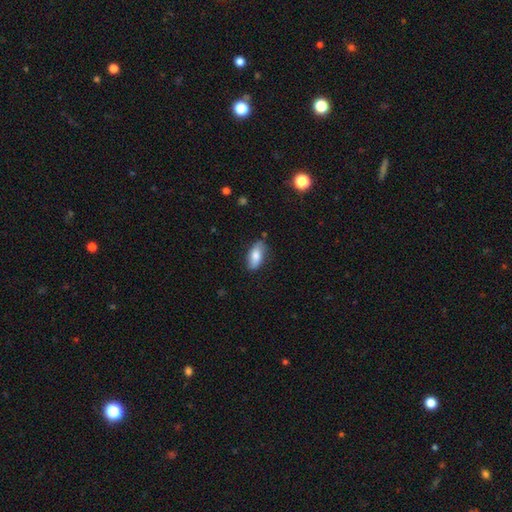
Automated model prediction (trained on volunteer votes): Smooth or featured? smooth (72%)
How rounded? in between (86%)
Merging? none (76%)